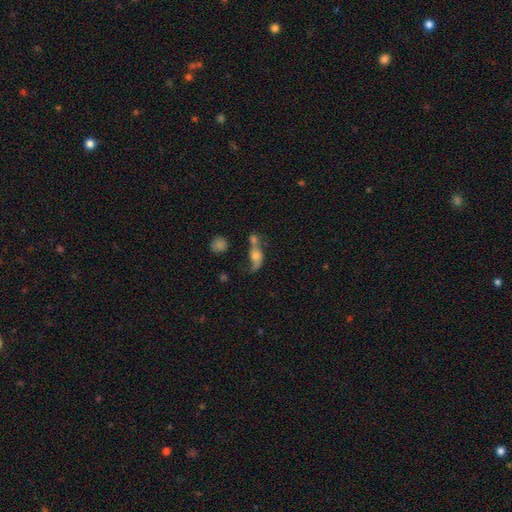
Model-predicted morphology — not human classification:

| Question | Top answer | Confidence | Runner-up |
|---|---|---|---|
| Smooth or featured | featured or disk | 45% | smooth (43%) |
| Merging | merger | 43% | none (24%) |